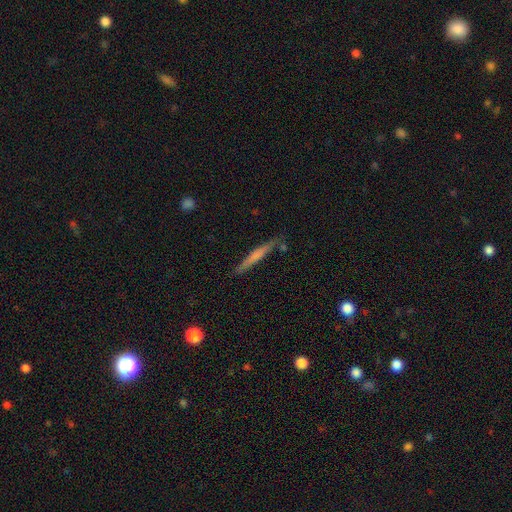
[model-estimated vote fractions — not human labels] Smooth or featured? smooth (57%)
How rounded? cigar-shaped (96%)
Merging? none (83%)